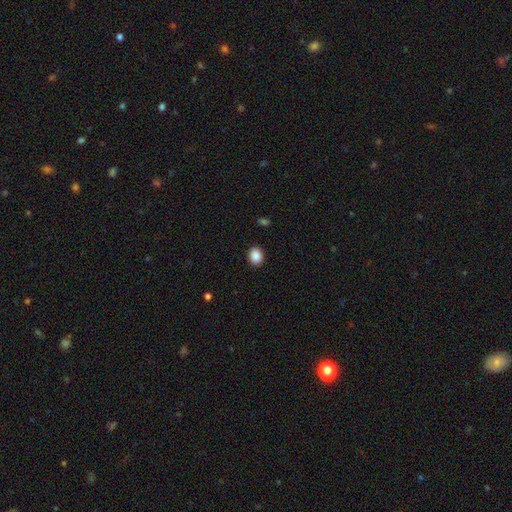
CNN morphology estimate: A smooth galaxy with no disk features (89%) that is round (59%).

Vote fractions:
- Smooth or featured? smooth: 89% / star or artifact: 8% / featured or disk: 3%
- How rounded? round: 59% / in between: 41% / cigar-shaped: 1%
- Merging? none: 91% / minor disturbance: 6% / major disturbance: 2% / merger: 1%